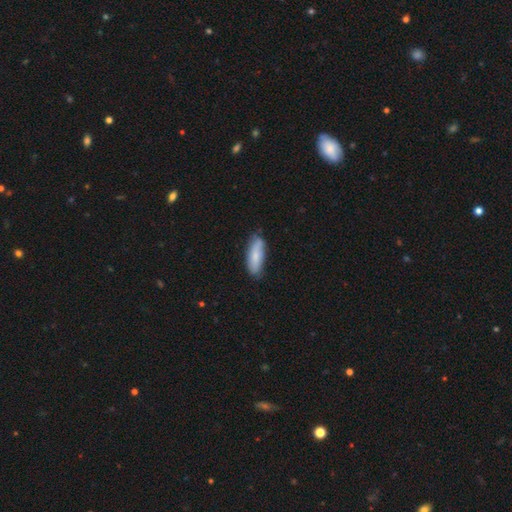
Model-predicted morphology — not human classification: Overall: smooth (79%). How rounded: in between (60%; cigar-shaped 38%). Merging: none (72%).